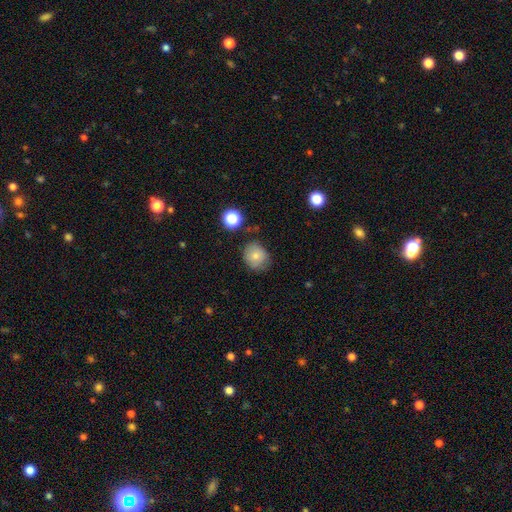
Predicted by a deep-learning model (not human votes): smooth_or_featured: smooth (p=0.75) [alt: featured or disk p=0.14]
how_rounded: round (p=0.78) [alt: in between p=0.21]
merging: none (p=0.71) [alt: minor disturbance p=0.21]